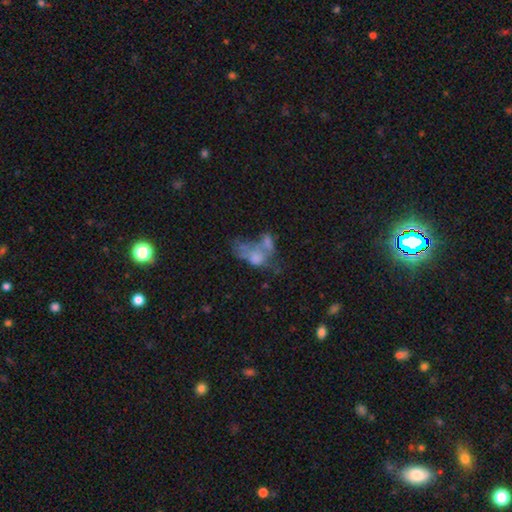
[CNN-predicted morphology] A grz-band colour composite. It shows a smooth galaxy with no disk features (48%). Merging: merger (56%).